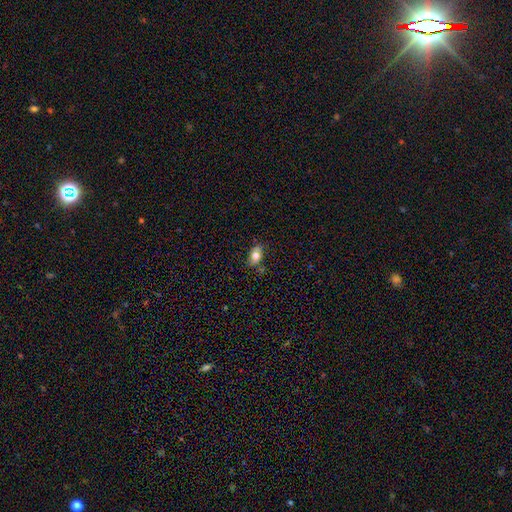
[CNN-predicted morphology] Smooth or featured? Predicted: smooth (p=0.77). How rounded? Predicted: in between (p=0.84). Merging? Predicted: none (p=0.76).